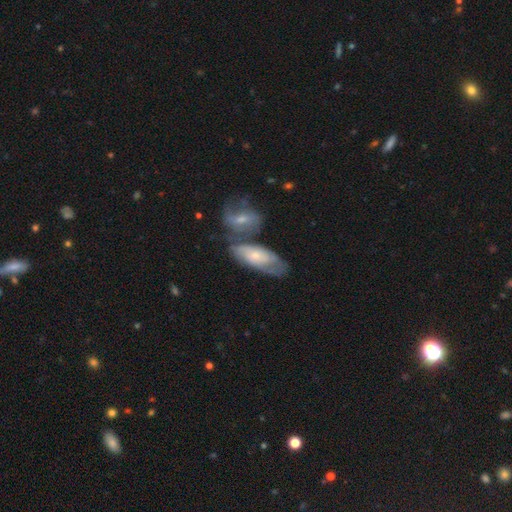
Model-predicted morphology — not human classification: This appears to be a featured or disk galaxy (55%). Merging: none (38%).